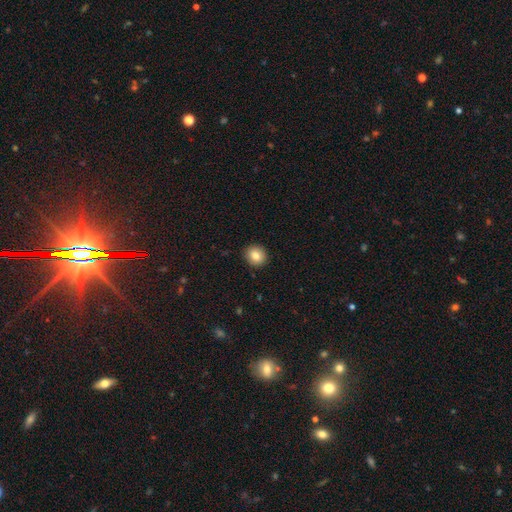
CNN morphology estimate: A smooth galaxy with no disk features (83%) that is round (85%). Merging: none (92%).